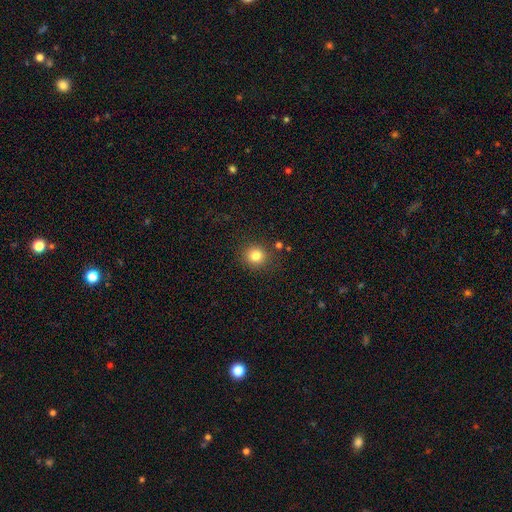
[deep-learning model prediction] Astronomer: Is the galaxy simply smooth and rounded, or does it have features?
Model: smooth — 82%.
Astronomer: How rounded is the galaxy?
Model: round — 89%.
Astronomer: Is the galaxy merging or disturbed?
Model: none — 87%.